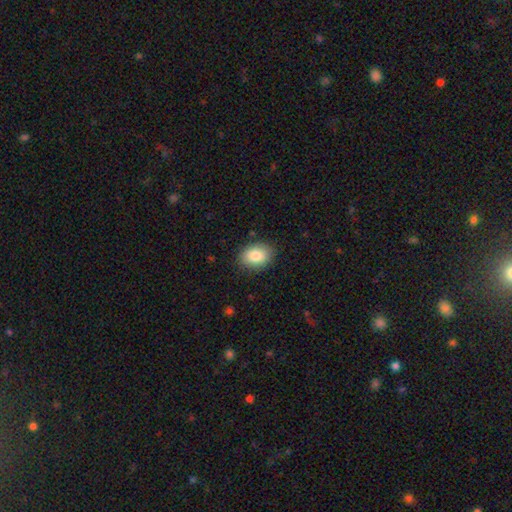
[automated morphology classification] This appears to be a smooth galaxy with no disk features (85%) that is in between round and cigar-shaped (80%). Merging: none (86%).